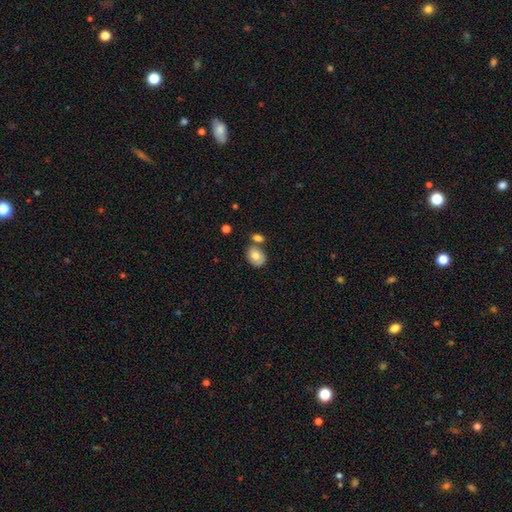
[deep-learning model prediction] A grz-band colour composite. It shows a smooth galaxy with no disk features (78%) that is in between round and cigar-shaped (72%). Merging: none (58%).